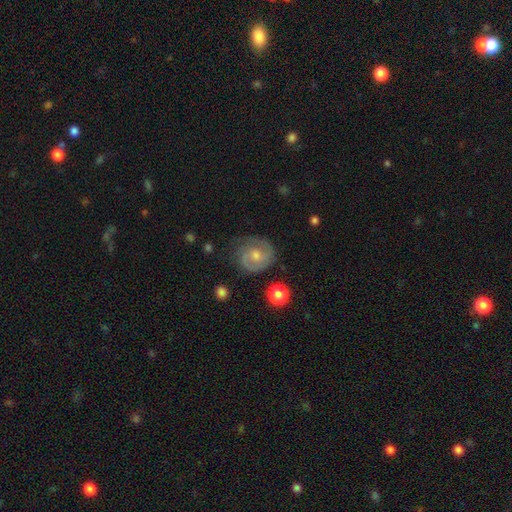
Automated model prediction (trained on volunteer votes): smooth_or_featured: featured or disk (p=0.79) [alt: smooth p=0.13]
disk_edge_on: no (p=0.98) [alt: yes p=0.02]
bar: no (p=0.57) [alt: weak p=0.37]
has_spiral_arms: yes (p=0.95) [alt: no p=0.05]
spiral_winding: tight (p=0.55) [alt: medium p=0.37]
spiral_arm_count: 2 (p=0.81) [alt: can't tell p=0.08]
bulge_size: moderate (p=0.57) [alt: small p=0.36]
merging: none (p=0.80) [alt: minor disturbance p=0.14]